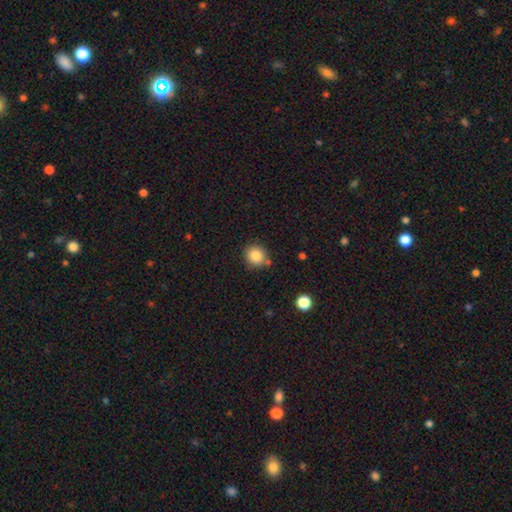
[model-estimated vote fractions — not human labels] Overall: smooth (86%). How rounded: round (87%). Merging: none (79%).